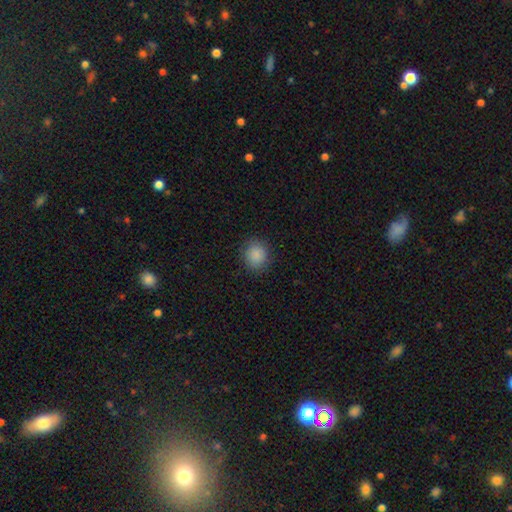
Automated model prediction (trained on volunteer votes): smooth 88%, star or artifact 9%, featured or disk 4%. Down the decision tree: how rounded — round (86%); merging — none (88%).